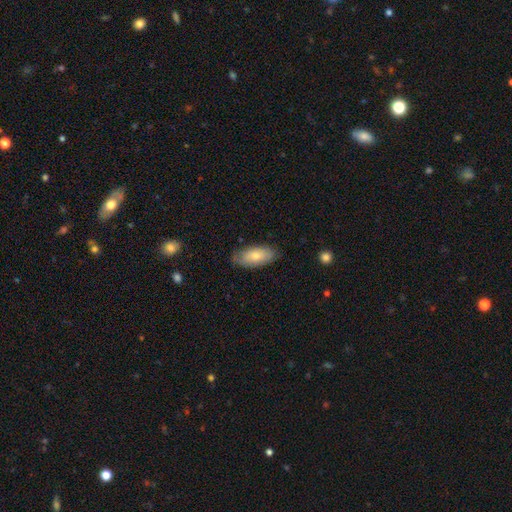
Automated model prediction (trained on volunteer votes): smooth-or-featured: smooth: 75% | featured or disk: 20% | star or artifact: 6%
  how-rounded: in between: 90% | cigar-shaped: 8% | round: 2%
  merging: none: 78% | minor disturbance: 18% | major disturbance: 3% | merger: 1%